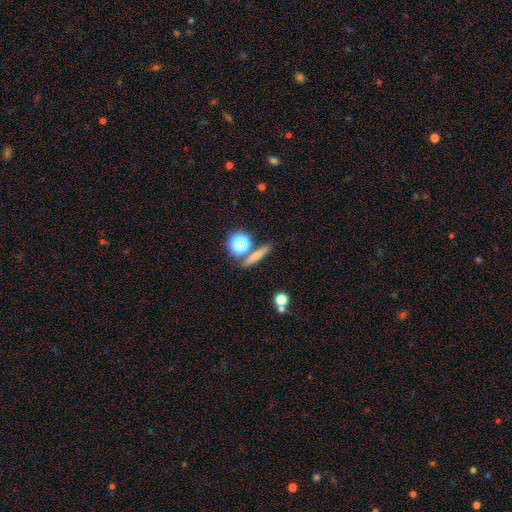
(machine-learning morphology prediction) Overall: smooth (60%; featured or disk 25%). How rounded: cigar-shaped (61%; round 24%). Merging: none (78%).